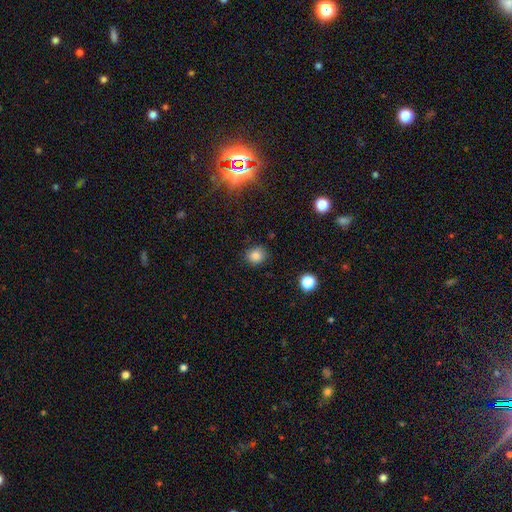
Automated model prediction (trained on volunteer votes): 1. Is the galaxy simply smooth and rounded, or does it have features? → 83% smooth, 12% star or artifact, 5% featured or disk.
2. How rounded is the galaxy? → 79% round, 20% in between, 1% cigar-shaped.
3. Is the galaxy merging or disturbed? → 84% none, 12% minor disturbance, 3% major disturbance, 2% merger.